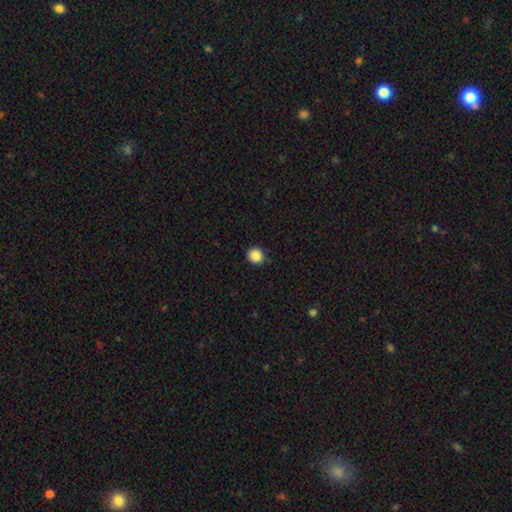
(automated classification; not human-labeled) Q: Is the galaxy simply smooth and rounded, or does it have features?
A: smooth — 87%.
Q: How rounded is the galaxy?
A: round — 90%.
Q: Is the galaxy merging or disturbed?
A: none — 89%.